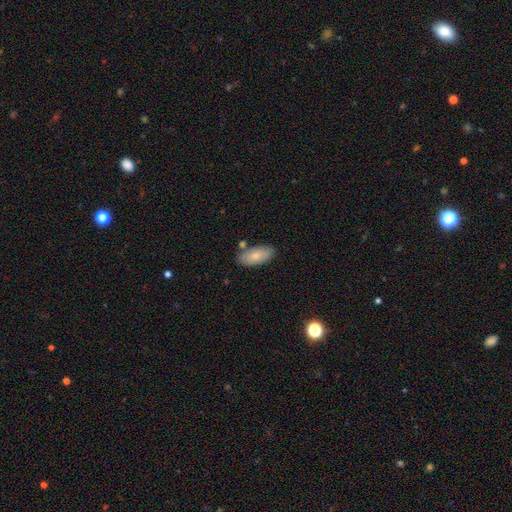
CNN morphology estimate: The model was most divided on "smooth or featured": smooth: 76%, featured or disk: 18%, star or artifact: 6%. More confident: how rounded — in between (91%); merging — none (76%).